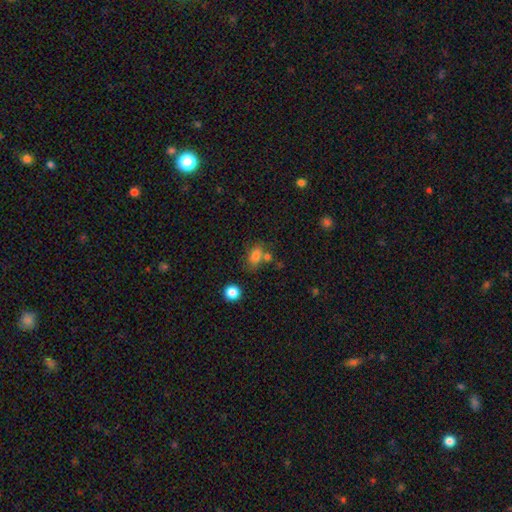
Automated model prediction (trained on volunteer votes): Overall: smooth (78%). How rounded: in between (77%). Merging: none (56%; merger 20%).